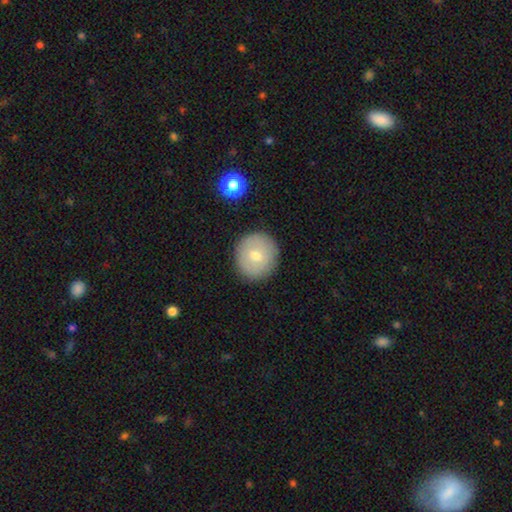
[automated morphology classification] Q: Smooth or featured?
A: smooth (69%); runner-up: featured or disk (22%)
Q: How rounded?
A: round (90%); runner-up: in between (9%)
Q: Merging?
A: none (89%); runner-up: minor disturbance (7%)